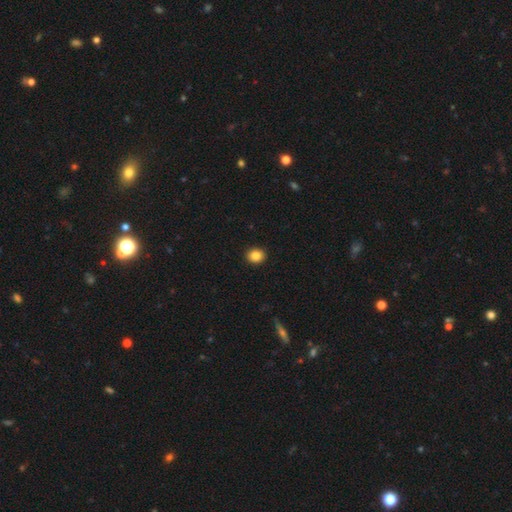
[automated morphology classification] smooth_or_featured: smooth (p=0.86) [alt: star or artifact p=0.09]
how_rounded: round (p=0.63) [alt: in between p=0.36]
merging: none (p=0.92) [alt: minor disturbance p=0.05]